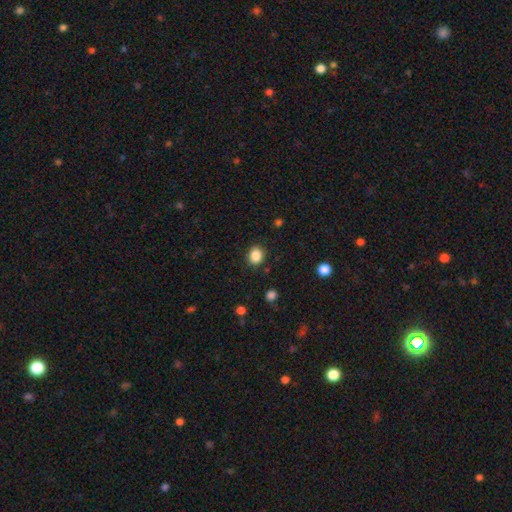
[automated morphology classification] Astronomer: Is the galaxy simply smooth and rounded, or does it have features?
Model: smooth — 87%.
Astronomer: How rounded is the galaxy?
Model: round — 65%.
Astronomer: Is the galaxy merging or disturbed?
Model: none — 86%.